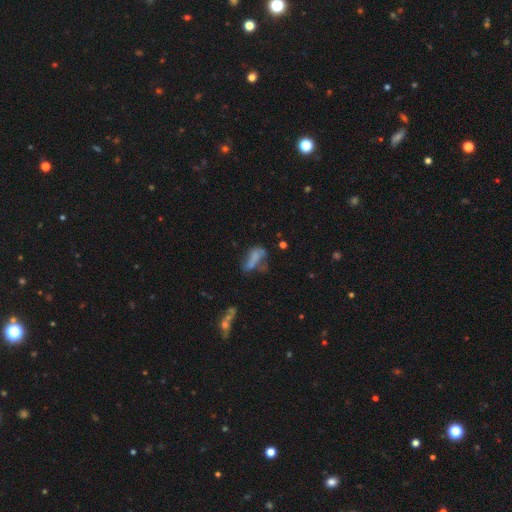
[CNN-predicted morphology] A smooth galaxy with no disk features (44%).

Vote fractions:
- Smooth or featured? smooth: 44% / featured or disk: 36% / star or artifact: 21%
- Merging? none: 34% / major disturbance: 29% / minor disturbance: 22% / merger: 16%